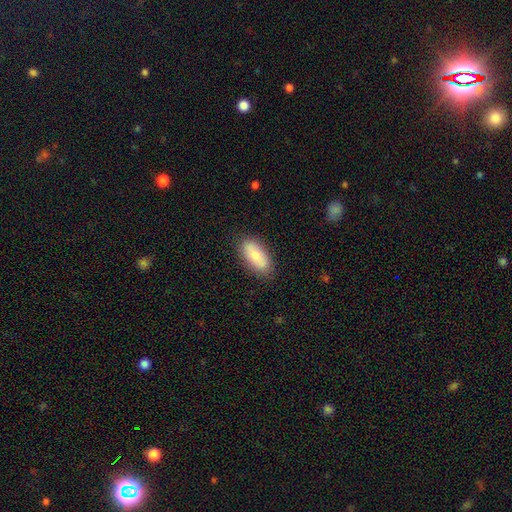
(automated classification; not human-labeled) Q: Smooth or featured?
A: smooth (76%); runner-up: featured or disk (18%)
Q: How rounded?
A: in between (90%); runner-up: cigar-shaped (8%)
Q: Merging?
A: none (83%); runner-up: minor disturbance (13%)